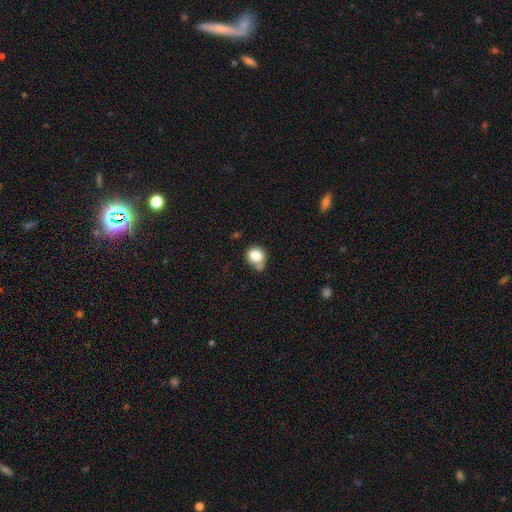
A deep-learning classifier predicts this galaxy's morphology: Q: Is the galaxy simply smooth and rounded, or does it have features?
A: smooth — 81%.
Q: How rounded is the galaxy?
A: round — 68%.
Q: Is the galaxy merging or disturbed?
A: none — 48%.